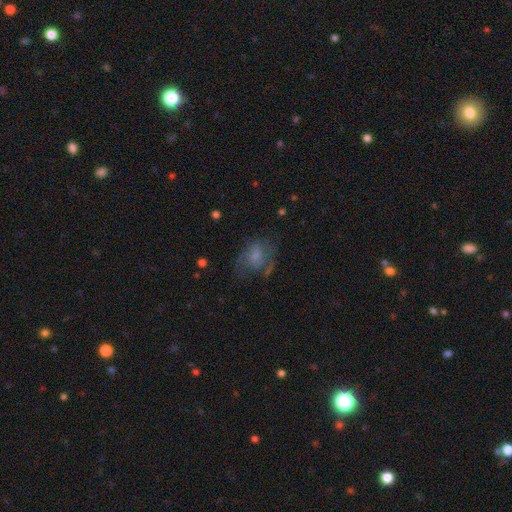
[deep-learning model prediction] This is possibly a smooth galaxy (46%). Merging: marginally none (42%).